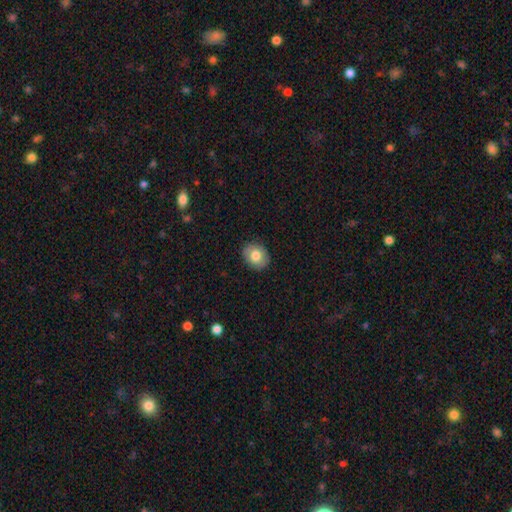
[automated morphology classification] A smooth galaxy with no disk features (78%) that is in between round and cigar-shaped (50%). Merging: none (89%).